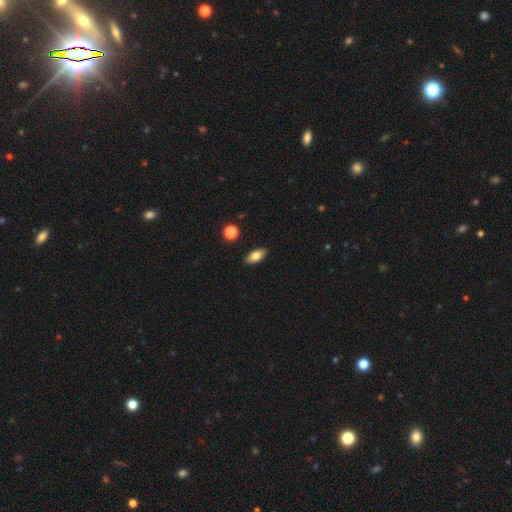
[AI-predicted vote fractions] smooth-or-featured: smooth: 76% | featured or disk: 16% | star or artifact: 7%
  how-rounded: in between: 84% | cigar-shaped: 12% | round: 4%
  merging: none: 89% | minor disturbance: 8% | major disturbance: 2% | merger: 2%